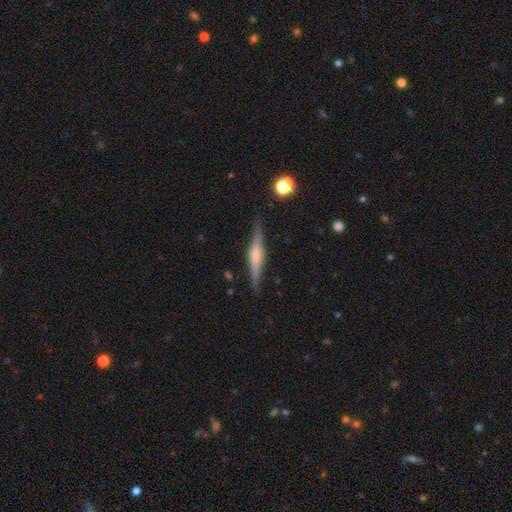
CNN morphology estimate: Q: Smooth or featured?
A: featured or disk (70%); runner-up: smooth (24%)
Q: Edge-on disk?
A: yes (97%); runner-up: no (3%)
Q: Edge-on bulge?
A: rounded (64%); runner-up: boxy (25%)
Q: Merging?
A: none (87%); runner-up: minor disturbance (10%)